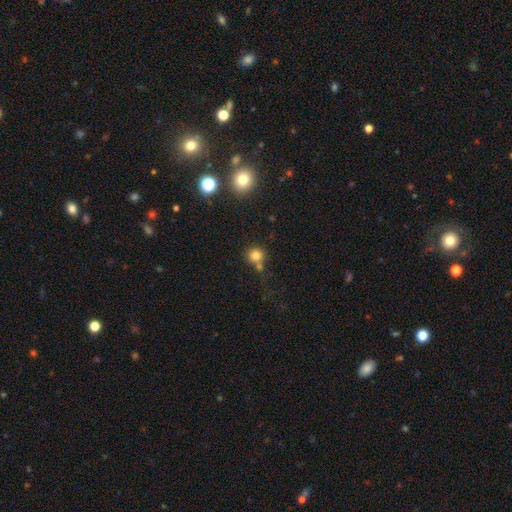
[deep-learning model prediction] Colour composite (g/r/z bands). It shows a smooth galaxy with no disk features (80%) that is round (89%). Merging: none (60%).